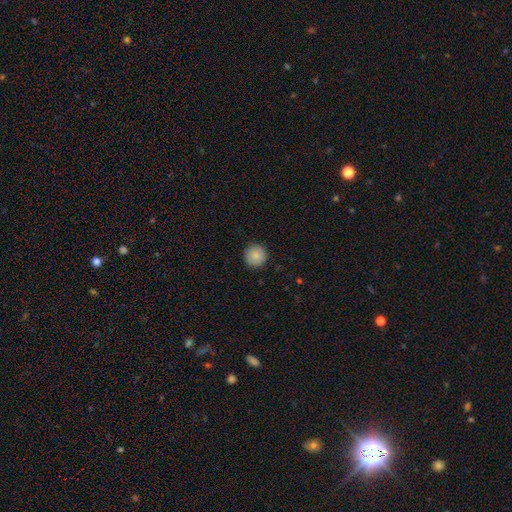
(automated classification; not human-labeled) smooth-or-featured: smooth: 87% | star or artifact: 7% | featured or disk: 5%
  how-rounded: round: 95% | in between: 4% | cigar-shaped: 1%
  merging: none: 92% | minor disturbance: 6% | major disturbance: 2% | merger: 1%